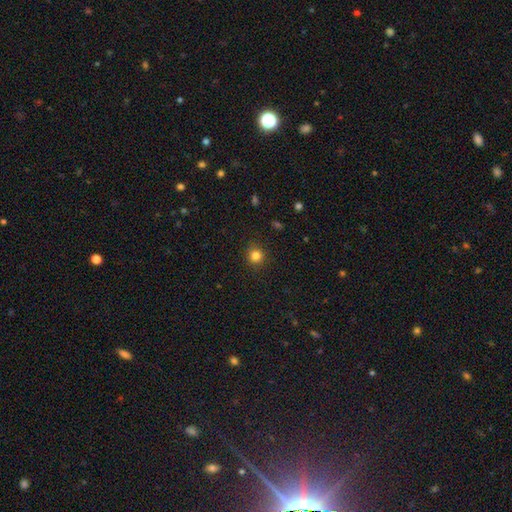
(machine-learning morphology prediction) smooth-or-featured: smooth: 82% | star or artifact: 13% | featured or disk: 5%
  how-rounded: round: 90% | in between: 9% | cigar-shaped: 1%
  merging: none: 89% | minor disturbance: 8% | major disturbance: 2% | merger: 1%